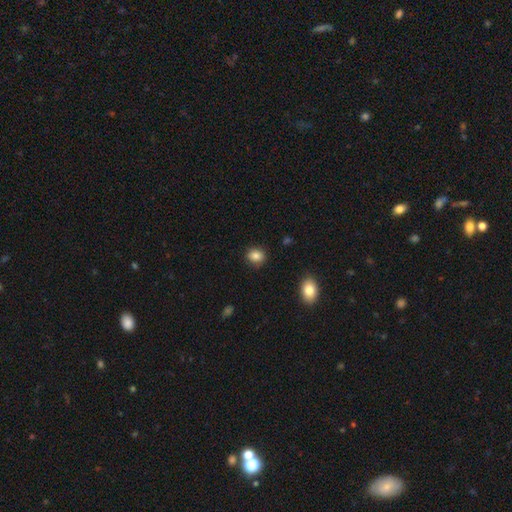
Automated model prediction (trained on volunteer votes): Smooth or featured: smooth — 85% (star or artifact — 10%)
How rounded: round — 70% (in between — 29%)
Merging: none — 86% (minor disturbance — 11%)